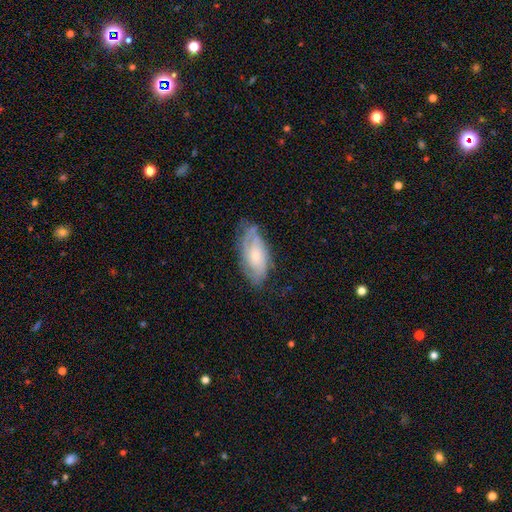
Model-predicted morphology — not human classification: The model was most divided on "bulge size": small: 46%, moderate: 41%, large: 6%, none: 6%, dominant: 1%. Remaining: edge-on disk — no (93%); spiral arms — yes (90%); smooth or featured — featured or disk (70%); bar — no (68%); merging — none (63%); spiral winding — tight (54%); spiral arm count — can't tell (39%).